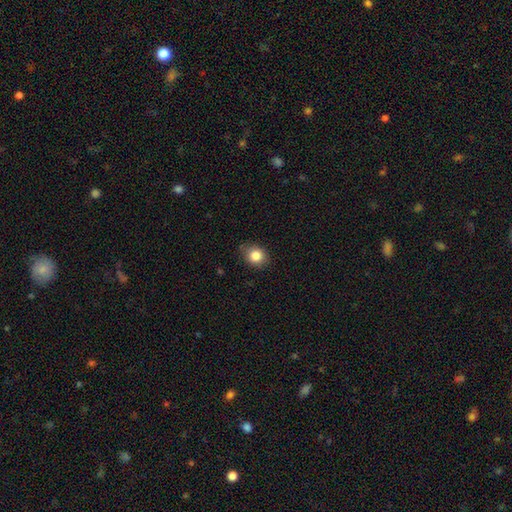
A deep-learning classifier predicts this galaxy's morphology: Smooth or featured? smooth (84%)
How rounded? round (67%)
Merging? none (81%)